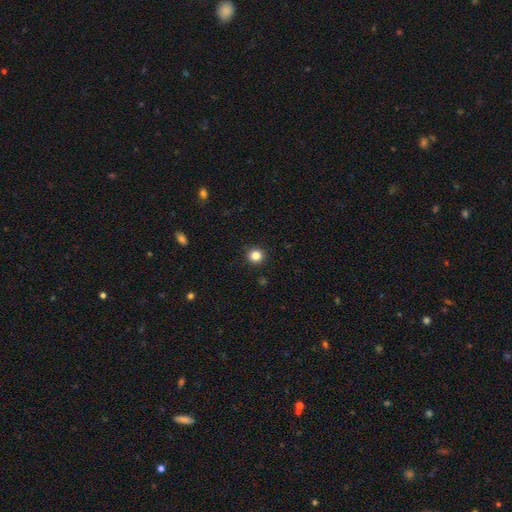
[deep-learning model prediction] smooth 84%, star or artifact 12%, featured or disk 4%. Down the decision tree: how rounded — round (94%); merging — none (93%).